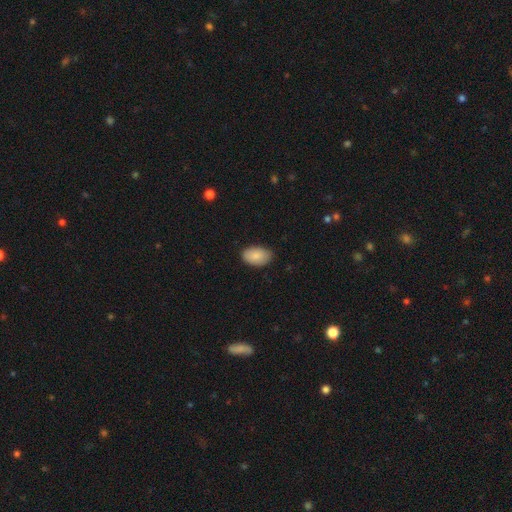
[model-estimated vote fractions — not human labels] The model was most divided on "merging": none: 82%, minor disturbance: 14%, major disturbance: 2%, merger: 1%. More confident: how rounded — in between (93%); smooth or featured — smooth (87%).